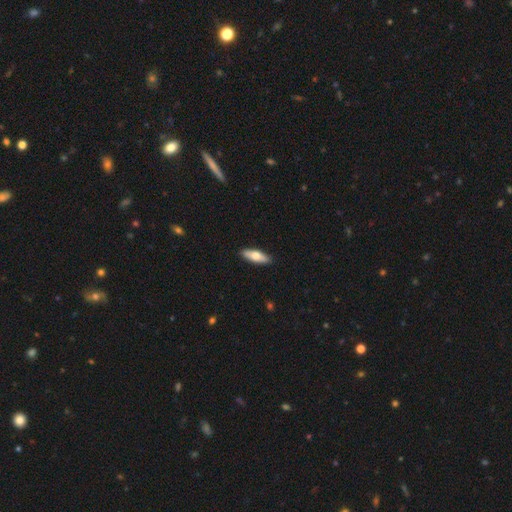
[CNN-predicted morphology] smooth 66%, featured or disk 29%, star or artifact 5%. Down the decision tree: how rounded — in between (59%); merging — none (90%).